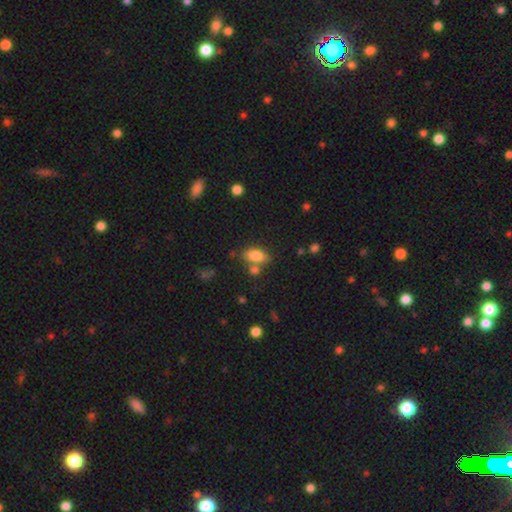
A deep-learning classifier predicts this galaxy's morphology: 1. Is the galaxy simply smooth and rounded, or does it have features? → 83% smooth, 9% featured or disk, 9% star or artifact.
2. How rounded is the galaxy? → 87% in between, 8% cigar-shaped, 5% round.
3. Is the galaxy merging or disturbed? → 65% none, 17% merger, 13% minor disturbance, 4% major disturbance.